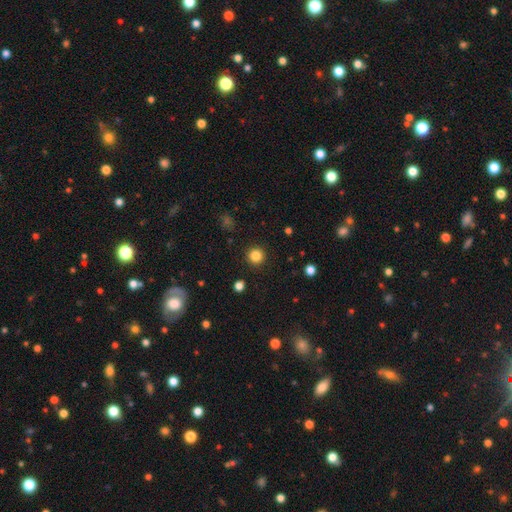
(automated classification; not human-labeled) This is clearly a smooth galaxy (84%). How rounded: clearly round (95%). Merging: clearly none (92%).